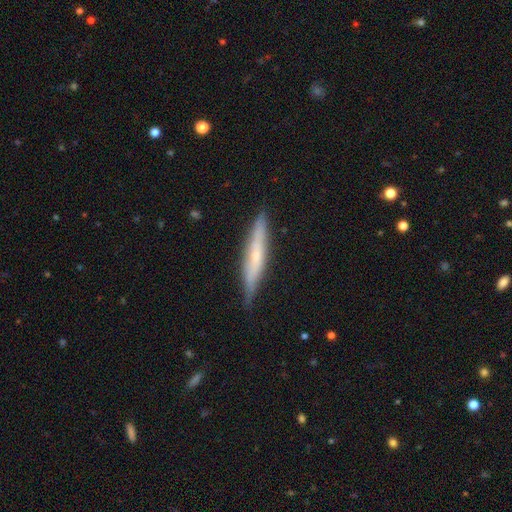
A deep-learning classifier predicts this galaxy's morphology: The model was most divided on "smooth or featured": featured or disk: 51%, smooth: 43%, star or artifact: 6%. More confident: edge-on disk — yes (91%); merging — none (82%).